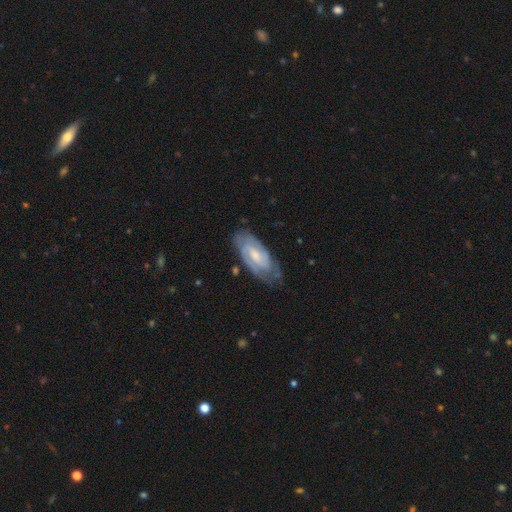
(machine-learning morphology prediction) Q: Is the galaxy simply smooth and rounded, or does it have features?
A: featured or disk — 78%.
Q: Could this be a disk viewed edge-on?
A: no — 93%.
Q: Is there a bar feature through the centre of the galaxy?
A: weak — 53%.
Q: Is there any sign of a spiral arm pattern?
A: yes — 92%.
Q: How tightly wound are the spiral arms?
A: tight — 58%.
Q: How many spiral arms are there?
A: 2 — 60%.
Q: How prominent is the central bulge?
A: small — 45%.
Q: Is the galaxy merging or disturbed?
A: none — 70%.